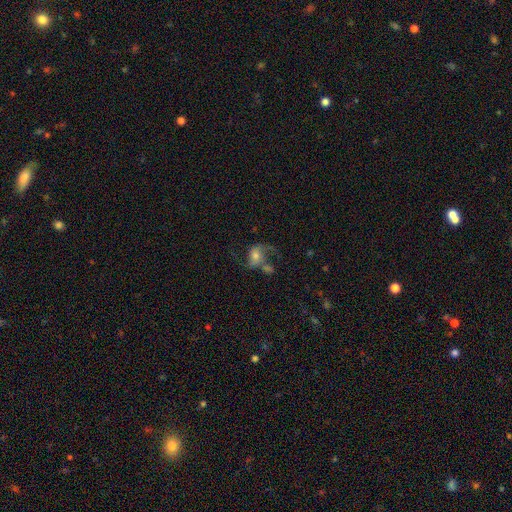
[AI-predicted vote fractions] smooth_or_featured: featured or disk (p=0.68) [alt: smooth p=0.22]
disk_edge_on: no (p=0.97) [alt: yes p=0.03]
bar: no (p=0.58) [alt: weak p=0.32]
has_spiral_arms: yes (p=0.88) [alt: no p=0.12]
spiral_winding: loose (p=0.73) [alt: medium p=0.23]
spiral_arm_count: 2 (p=0.81) [alt: 1 p=0.12]
bulge_size: moderate (p=0.54) [alt: small p=0.26]
merging: none (p=0.38) [alt: merger p=0.24]